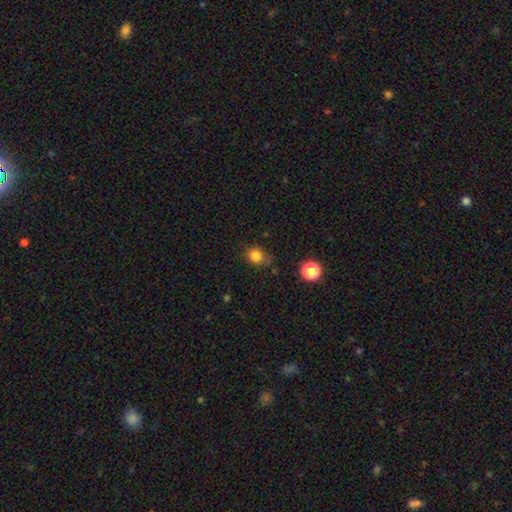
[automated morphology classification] Smooth or featured? Predicted: smooth (p=0.82). How rounded? Predicted: round (p=0.78). Merging? Predicted: none (p=0.72).